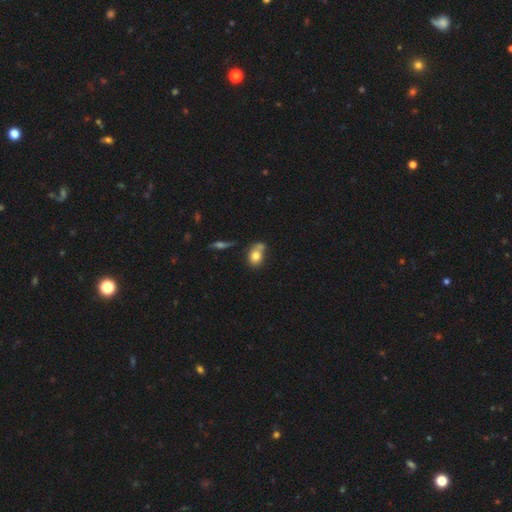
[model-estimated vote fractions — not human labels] Smooth or featured? smooth (77%)
How rounded? in between (57%)
Merging? none (45%)